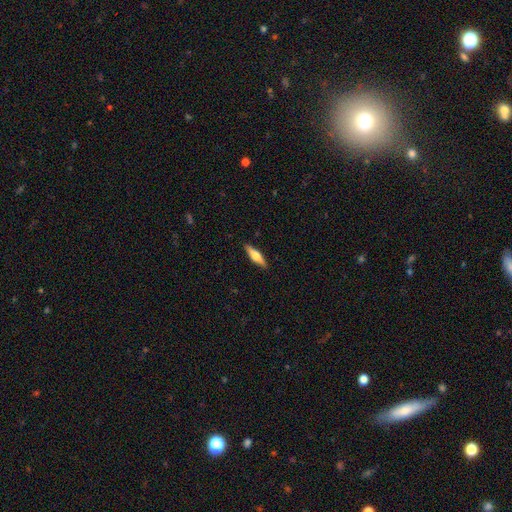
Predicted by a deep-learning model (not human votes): Smooth or featured? Predicted: smooth (p=0.47, tied with featured or disk). Merging? Predicted: none (p=0.90).